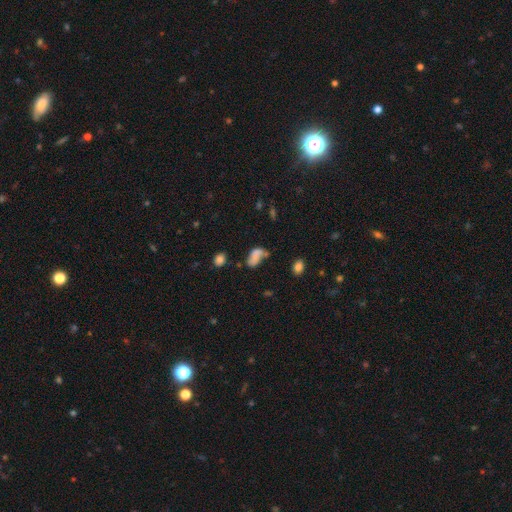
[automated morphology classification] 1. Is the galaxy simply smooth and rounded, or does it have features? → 63% smooth, 23% featured or disk, 13% star or artifact.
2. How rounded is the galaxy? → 87% in between, 9% round, 4% cigar-shaped.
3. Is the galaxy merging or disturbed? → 31% none, 25% merger, 24% minor disturbance, 20% major disturbance.